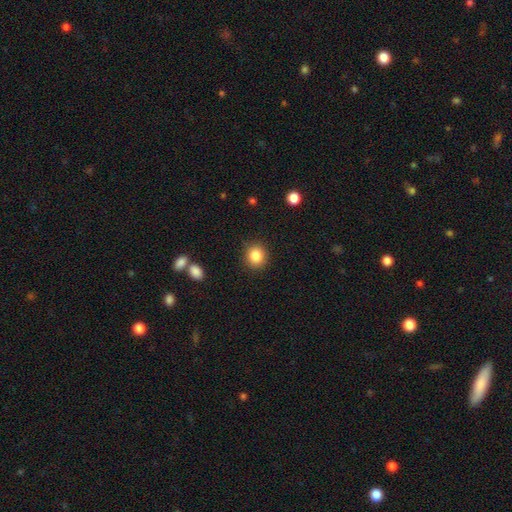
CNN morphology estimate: type=smooth (85%); roundness=round (84%); merging=none (88%).